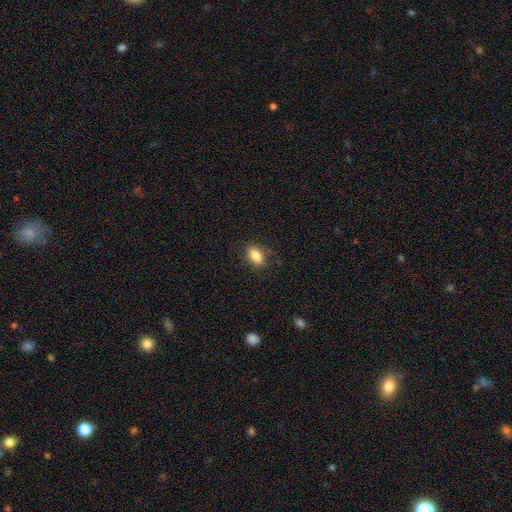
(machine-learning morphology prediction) A smooth galaxy with no disk features (86%) that is in between round and cigar-shaped (88%).

Vote fractions:
- Smooth or featured? smooth: 86% / star or artifact: 8% / featured or disk: 6%
- How rounded? in between: 88% / round: 9% / cigar-shaped: 3%
- Merging? none: 84% / minor disturbance: 12% / major disturbance: 3% / merger: 1%